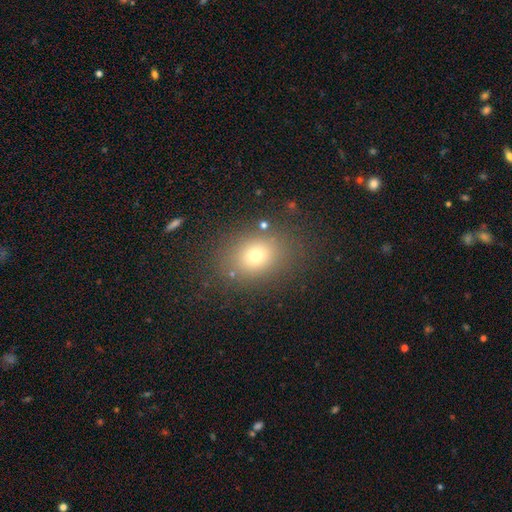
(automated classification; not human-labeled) Smooth or featured? smooth (72%)
How rounded? in between (52%)
Merging? none (83%)